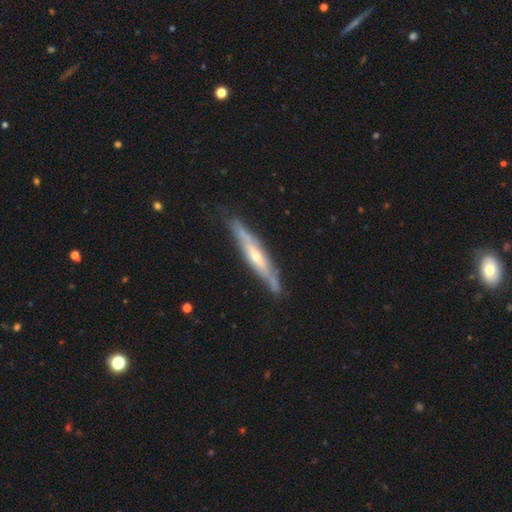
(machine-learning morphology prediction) type=featured or disk (75%); edge-on=yes (83%); edge-on bulge=rounded (63%); merging=none (76%).